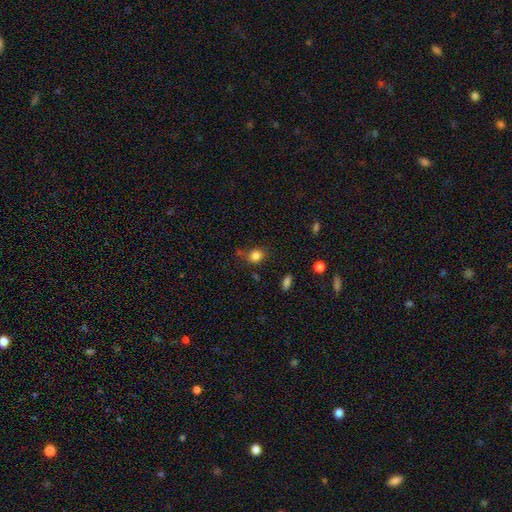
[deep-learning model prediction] A smooth galaxy with no disk features (83%) that is round (70%). Merging: none (73%).